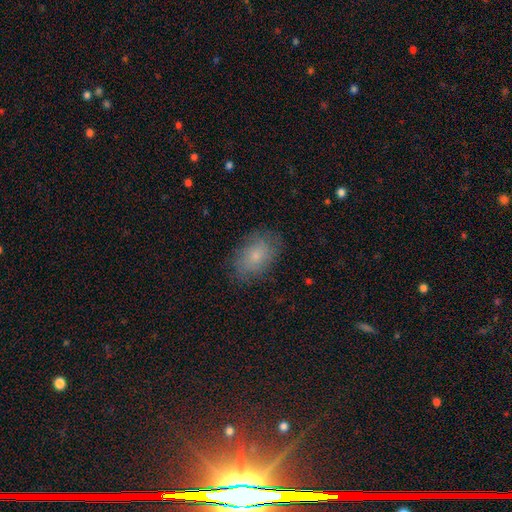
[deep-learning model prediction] Smooth or featured? Predicted: smooth (p=0.71). How rounded? Predicted: in between (p=0.86). Merging? Predicted: none (p=0.79).